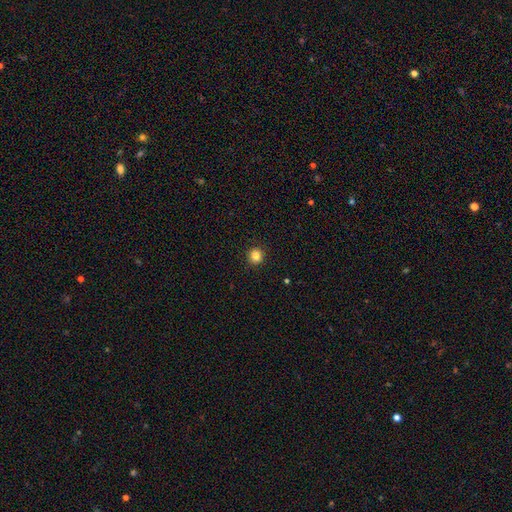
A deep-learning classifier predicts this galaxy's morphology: type=smooth (84%); roundness=round (92%); merging=none (92%).